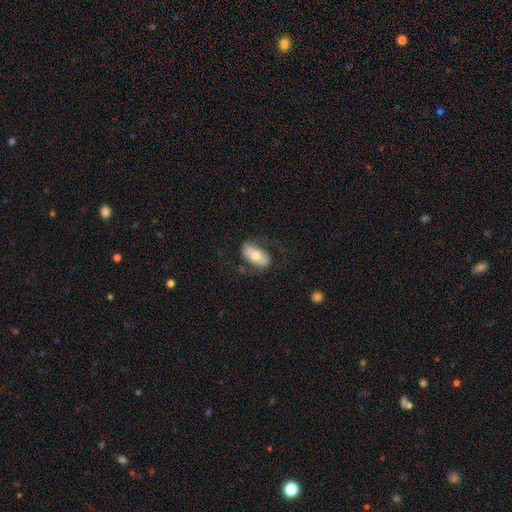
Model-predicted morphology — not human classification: Smooth or featured? smooth (62%)
How rounded? in between (91%)
Merging? none (70%)